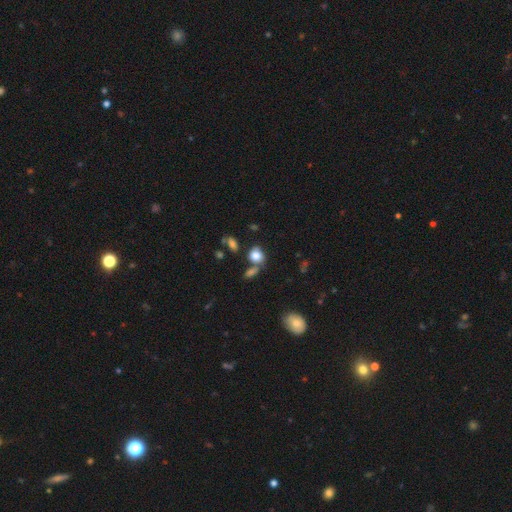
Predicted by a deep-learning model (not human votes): A smooth galaxy with no disk features (81%) that is round (51%). Merging: none (54%).